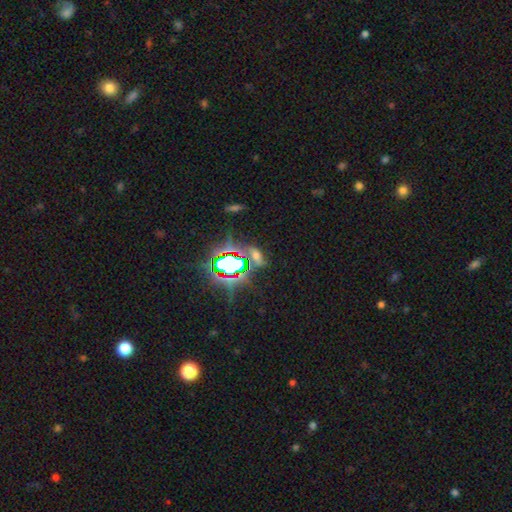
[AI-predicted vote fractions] Smooth or featured?
  - star or artifact: 54% *
  - smooth: 32%
  - featured or disk: 15%